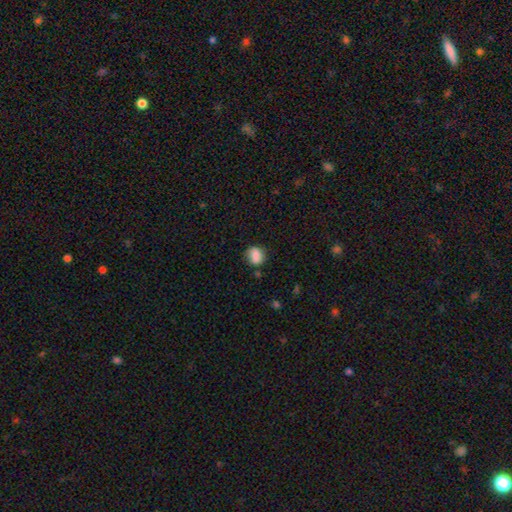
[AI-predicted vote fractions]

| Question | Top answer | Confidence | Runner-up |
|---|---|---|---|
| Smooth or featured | smooth | 77% | featured or disk (14%) |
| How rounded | round | 65% | in between (34%) |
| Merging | none | 66% | minor disturbance (23%) |